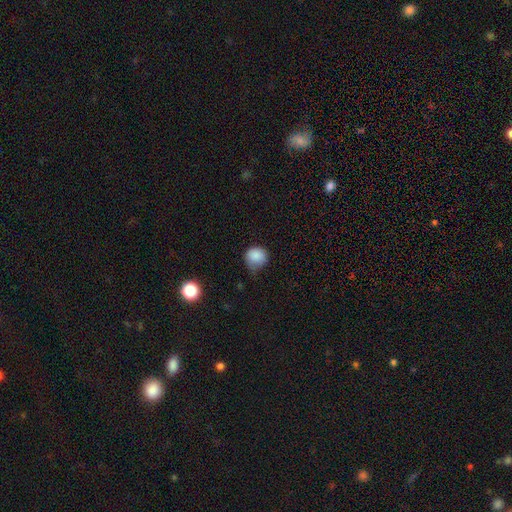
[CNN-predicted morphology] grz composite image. It shows a smooth galaxy with no disk features (86%) that is round (86%). Merging: none (50%).